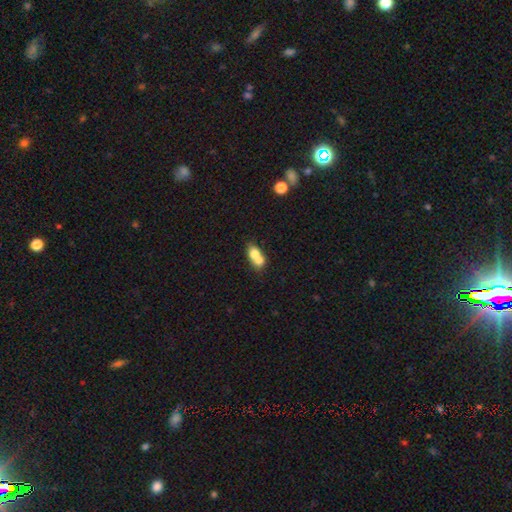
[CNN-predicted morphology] Smooth or featured?
  - smooth: 70% *
  - featured or disk: 21%
  - star or artifact: 9%
How rounded?
  - in between: 59% *
  - round: 37%
  - cigar-shaped: 4%
Merging?
  - merger: 70% *
  - none: 21%
  - minor disturbance: 6%
  - major disturbance: 3%